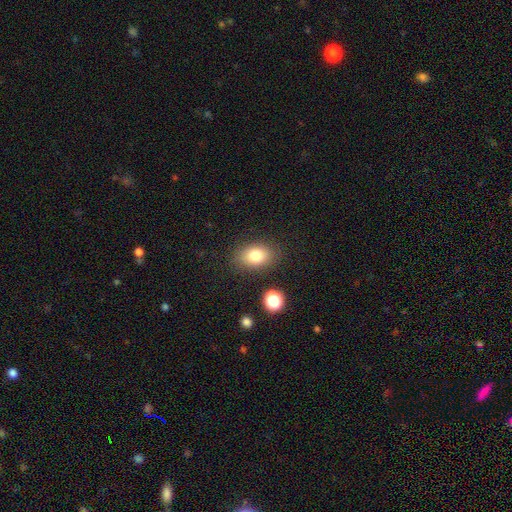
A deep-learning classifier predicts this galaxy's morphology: Smooth or featured? Predicted: smooth (p=0.80). How rounded? Predicted: in between (p=0.79). Merging? Predicted: none (p=0.83).